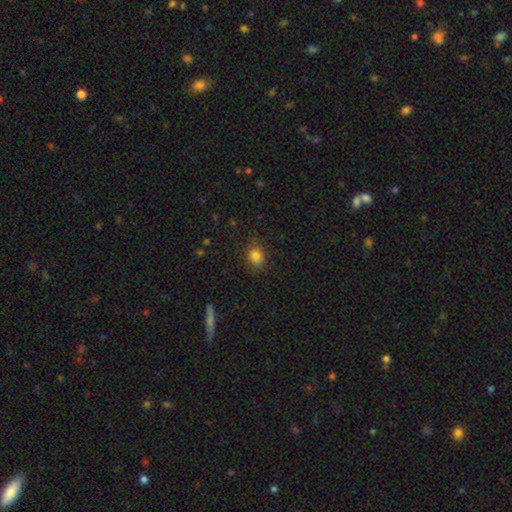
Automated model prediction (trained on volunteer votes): smooth-or-featured: smooth: 82% | star or artifact: 11% | featured or disk: 7%
  how-rounded: round: 57% | in between: 42% | cigar-shaped: 1%
  merging: none: 82% | minor disturbance: 13% | major disturbance: 3% | merger: 1%